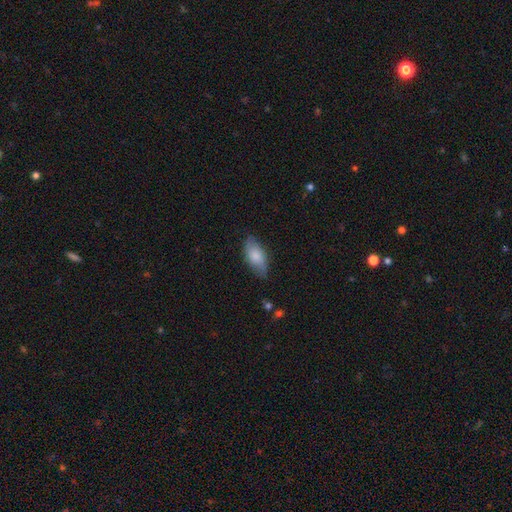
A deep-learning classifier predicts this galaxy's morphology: A smooth galaxy with no disk features (79%) that is in between round and cigar-shaped (89%). Merging: none (74%).